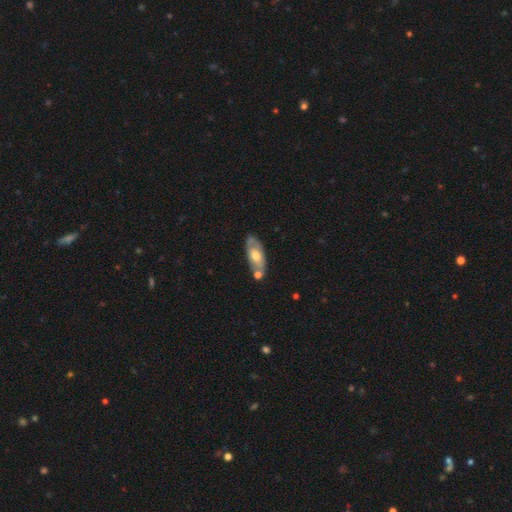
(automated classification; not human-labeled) Smooth or featured?
  - featured or disk: 51% *
  - smooth: 43%
  - star or artifact: 6%
Edge-on disk?
  - no: 78% *
  - yes: 22%
Merging?
  - none: 61% *
  - minor disturbance: 17%
  - merger: 17%
  - major disturbance: 5%